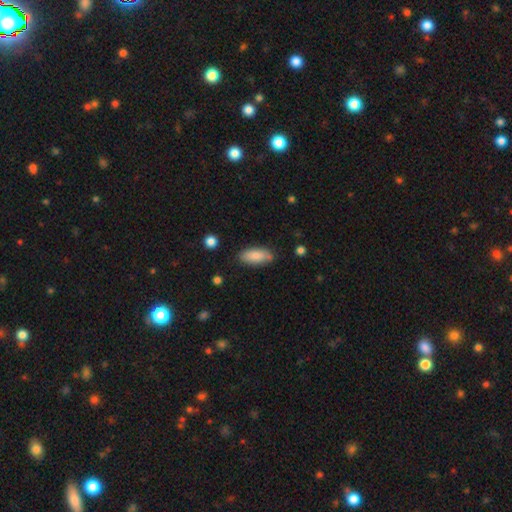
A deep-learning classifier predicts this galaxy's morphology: Smooth or featured?
  - smooth: 84% *
  - featured or disk: 9%
  - star or artifact: 6%
How rounded?
  - in between: 82% *
  - cigar-shaped: 16%
  - round: 2%
Merging?
  - none: 79% *
  - minor disturbance: 15%
  - major disturbance: 3%
  - merger: 3%